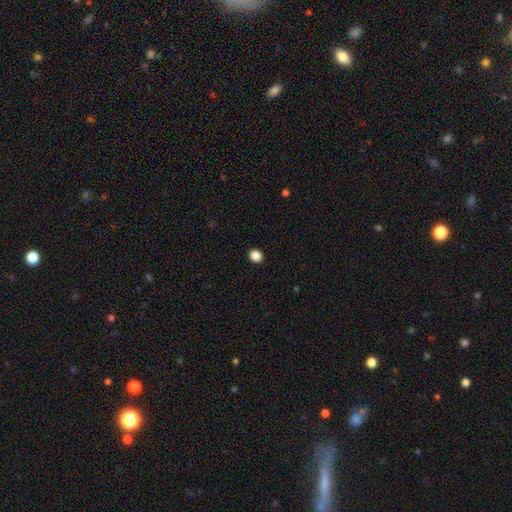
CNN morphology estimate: Smooth or featured? smooth (87%)
How rounded? round (77%)
Merging? none (93%)